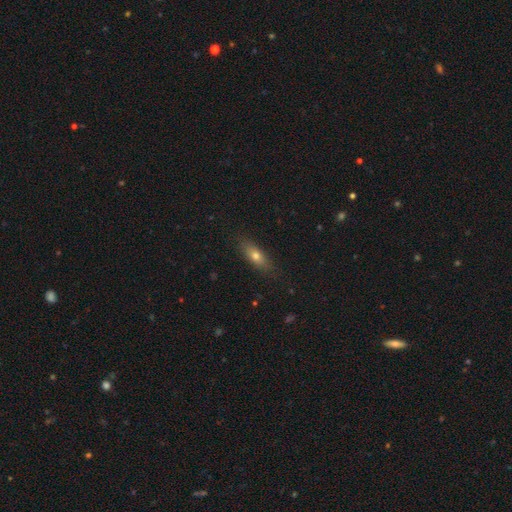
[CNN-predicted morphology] A smooth galaxy with no disk features (68%) that is in between round and cigar-shaped (56%).

Vote fractions:
- Smooth or featured? smooth: 68% / featured or disk: 23% / star or artifact: 8%
- How rounded? in between: 56% / cigar-shaped: 40% / round: 4%
- Merging? none: 84% / minor disturbance: 12% / major disturbance: 3% / merger: 1%